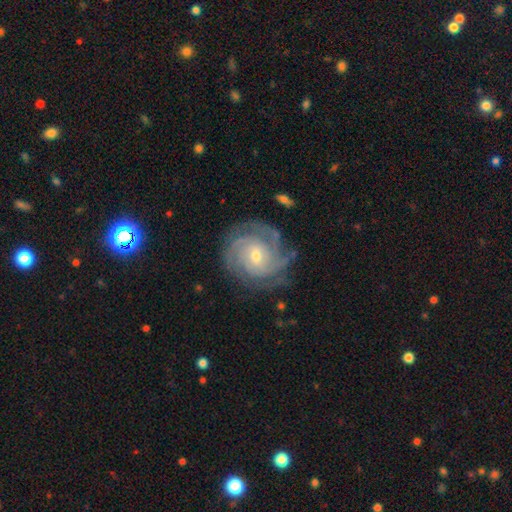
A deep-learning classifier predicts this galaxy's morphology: featured or disk 88%, smooth 6%, star or artifact 6%. Down the decision tree: edge-on disk — no (97%); bar — no (59%); spiral arms — yes (98%); spiral arm count — 3 (29%); spiral winding — tight (74%); bulge size — small (58%); merging — none (79%).